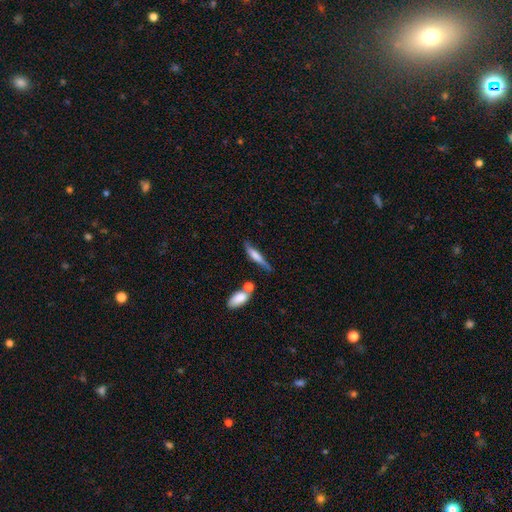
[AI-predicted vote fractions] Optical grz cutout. It shows a smooth galaxy with no disk features (53%) that is cigar-shaped (80%). Merging: none (56%).